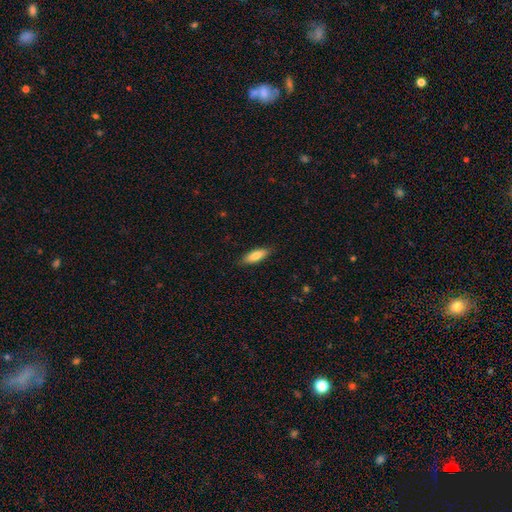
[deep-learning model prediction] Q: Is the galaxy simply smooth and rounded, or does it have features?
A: smooth — 81%.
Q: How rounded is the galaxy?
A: in between — 59%.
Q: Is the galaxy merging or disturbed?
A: none — 87%.